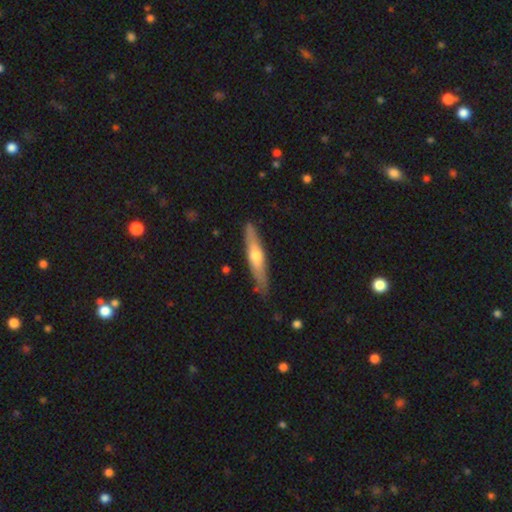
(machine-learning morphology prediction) smooth_or_featured: featured or disk (p=0.51) [alt: smooth p=0.44]
disk_edge_on: yes (p=0.87) [alt: no p=0.13]
merging: none (p=0.83) [alt: minor disturbance p=0.13]